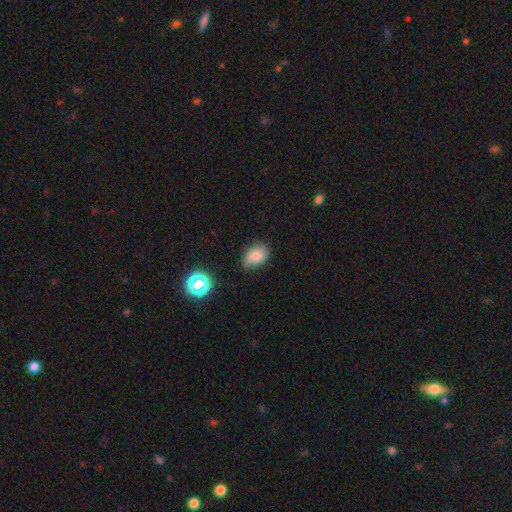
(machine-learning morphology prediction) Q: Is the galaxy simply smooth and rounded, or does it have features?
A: smooth — 78%.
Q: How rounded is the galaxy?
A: in between — 77%.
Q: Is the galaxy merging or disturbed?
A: none — 72%.